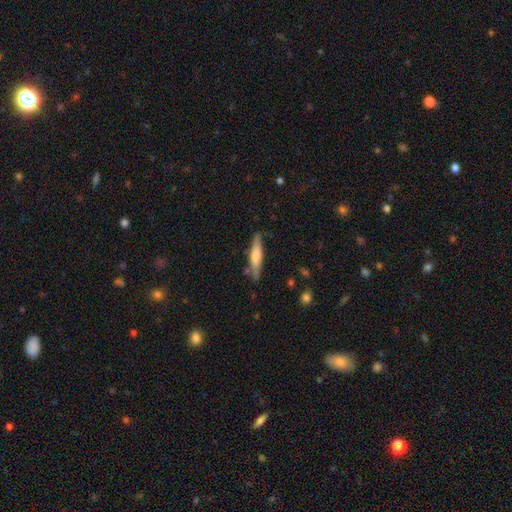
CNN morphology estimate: A smooth galaxy with no disk features (53%) that is cigar-shaped (86%). Merging: none (80%).